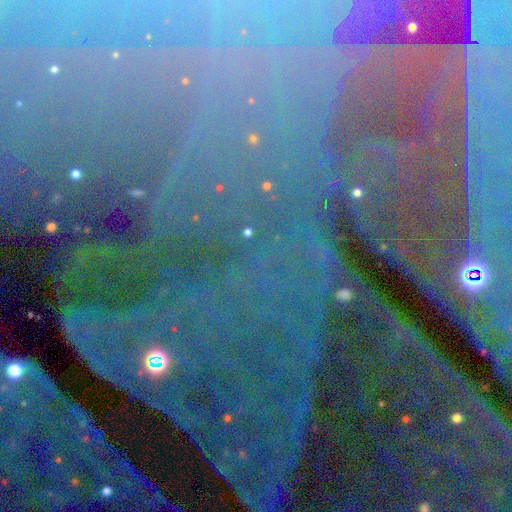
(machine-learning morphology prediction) smooth_or_featured: star or artifact (p=0.86) [alt: featured or disk p=0.08]